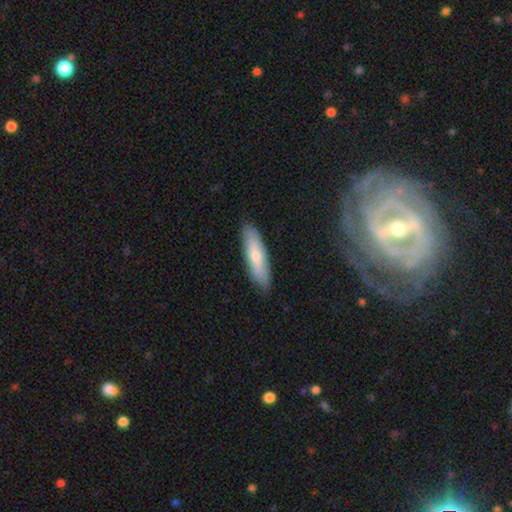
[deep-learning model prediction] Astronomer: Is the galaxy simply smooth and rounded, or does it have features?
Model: smooth — 63%.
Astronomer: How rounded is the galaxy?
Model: cigar-shaped — 63%.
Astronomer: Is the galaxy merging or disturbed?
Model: none — 85%.